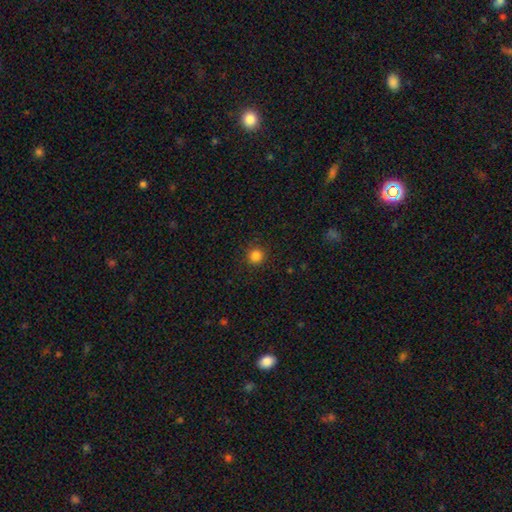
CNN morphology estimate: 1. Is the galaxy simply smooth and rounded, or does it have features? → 85% smooth, 12% star or artifact, 3% featured or disk.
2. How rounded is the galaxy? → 93% round, 6% in between, 1% cigar-shaped.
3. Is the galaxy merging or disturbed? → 91% none, 6% minor disturbance, 2% major disturbance, 1% merger.